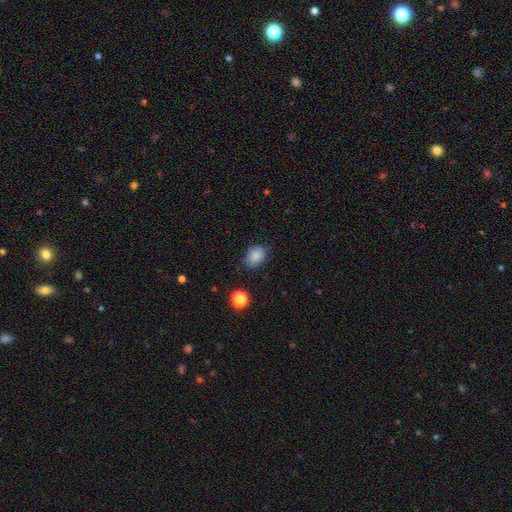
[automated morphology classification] type=smooth (84%); roundness=in between (69%); merging=none (75%).